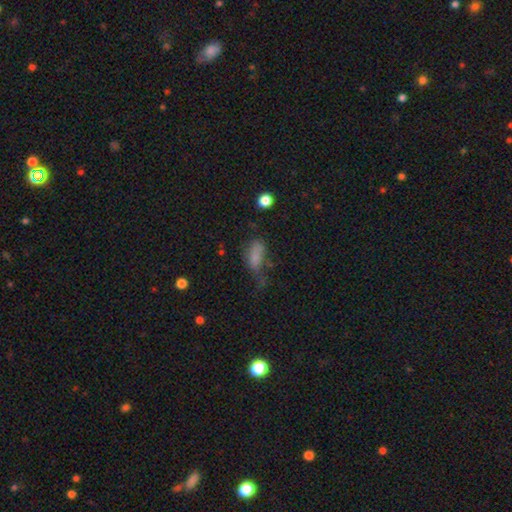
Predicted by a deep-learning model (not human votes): A smooth galaxy with no disk features (72%) that is in between round and cigar-shaped (82%). Merging: major disturbance (37%).